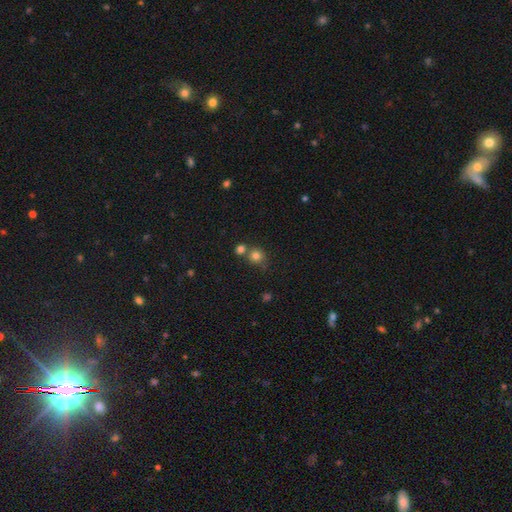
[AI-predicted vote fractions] A smooth galaxy with no disk features (80%) that is round (87%). Merging: none (58%).